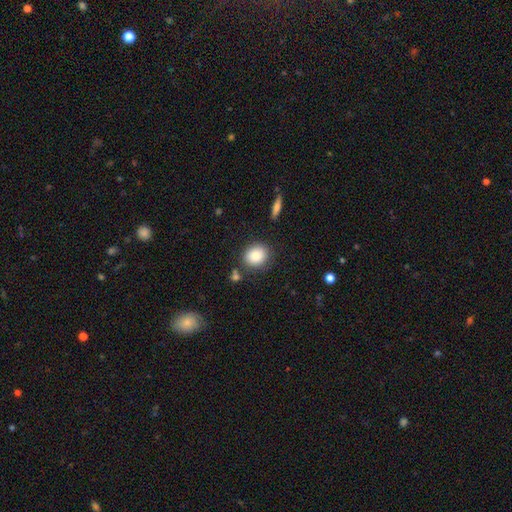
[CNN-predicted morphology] smooth 86%, star or artifact 8%, featured or disk 6%. Down the decision tree: how rounded — round (65%); merging — none (80%).